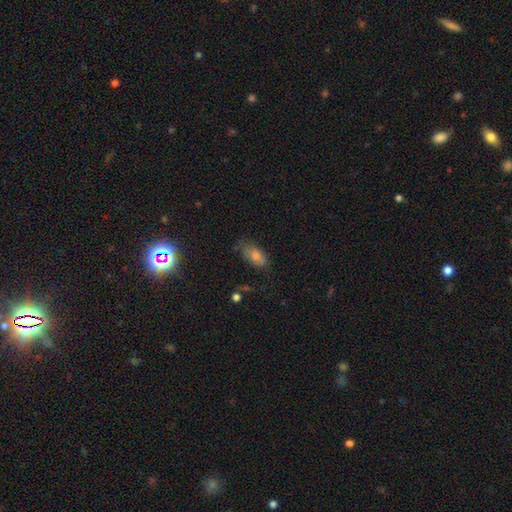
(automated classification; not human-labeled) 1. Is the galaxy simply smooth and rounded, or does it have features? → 63% smooth, 23% star or artifact, 15% featured or disk.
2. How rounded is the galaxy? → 86% in between, 7% round, 7% cigar-shaped.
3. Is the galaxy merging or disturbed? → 67% none, 23% minor disturbance, 8% major disturbance, 2% merger.